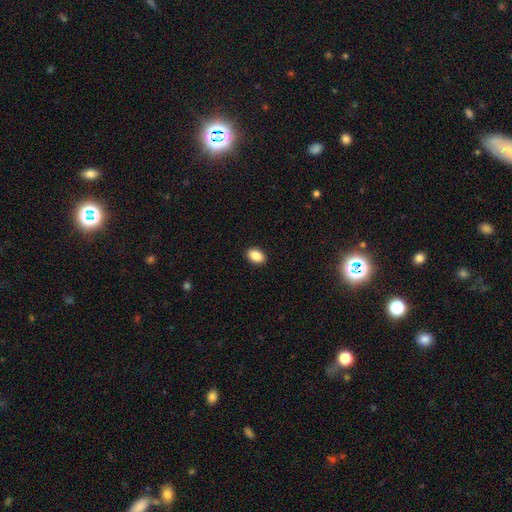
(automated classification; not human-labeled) A smooth galaxy with no disk features (88%) that is in between round and cigar-shaped (84%). Merging: none (91%).